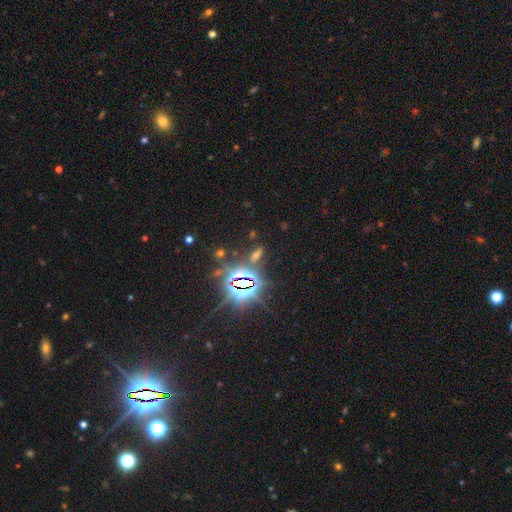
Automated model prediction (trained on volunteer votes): Smooth or featured? star or artifact (56%)